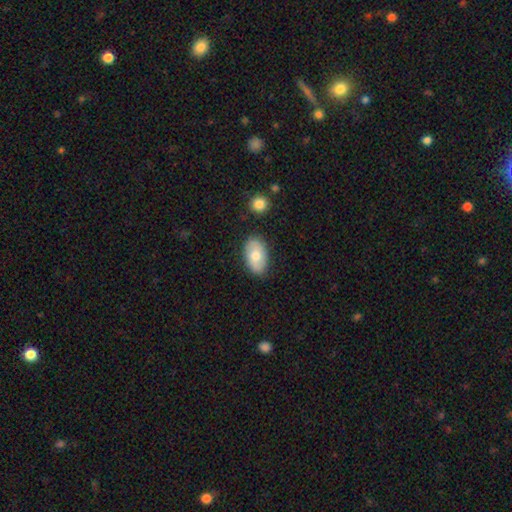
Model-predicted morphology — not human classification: A smooth galaxy with no disk features (71%) that is in between round and cigar-shaped (93%).

Vote fractions:
- Smooth or featured? smooth: 71% / featured or disk: 23% / star or artifact: 6%
- How rounded? in between: 93% / round: 6% / cigar-shaped: 1%
- Merging? none: 82% / minor disturbance: 13% / merger: 3% / major disturbance: 3%